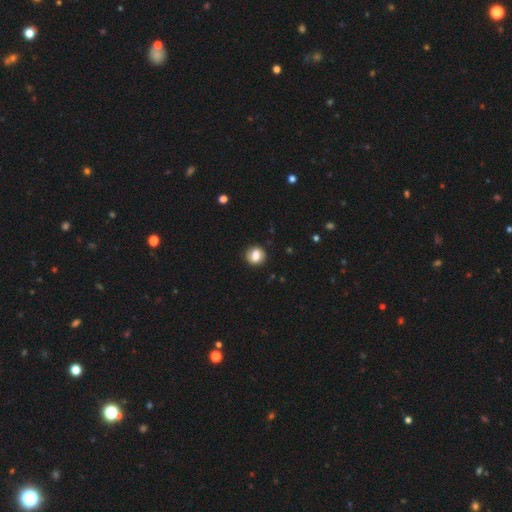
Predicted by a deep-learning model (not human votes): A smooth galaxy with no disk features (76%) that is round (81%). Merging: none (87%).